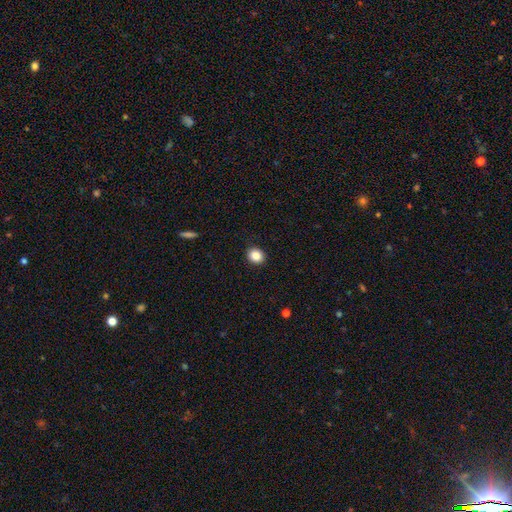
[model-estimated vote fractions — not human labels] smooth-or-featured: smooth: 86% | star or artifact: 10% | featured or disk: 4%
  how-rounded: round: 72% | in between: 27% | cigar-shaped: 1%
  merging: none: 92% | minor disturbance: 6% | major disturbance: 2% | merger: 1%